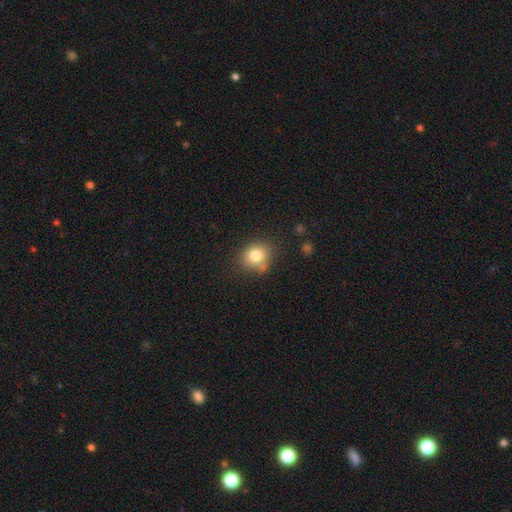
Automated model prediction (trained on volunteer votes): A smooth galaxy with no disk features (80%) that is round (74%). Merging: none (74%).